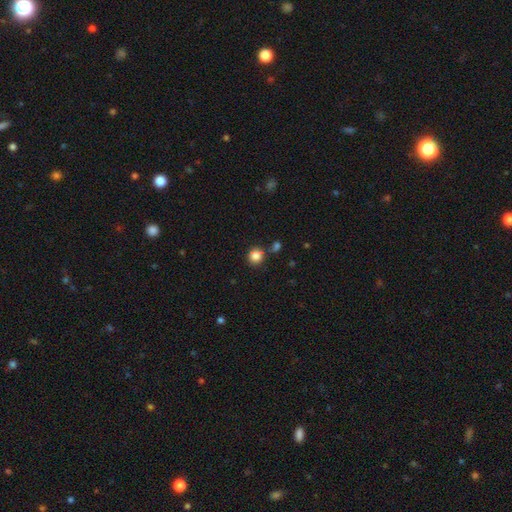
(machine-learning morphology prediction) Smooth or featured: smooth — 85% (star or artifact — 11%)
How rounded: round — 91% (in between — 8%)
Merging: none — 78% (minor disturbance — 10%)